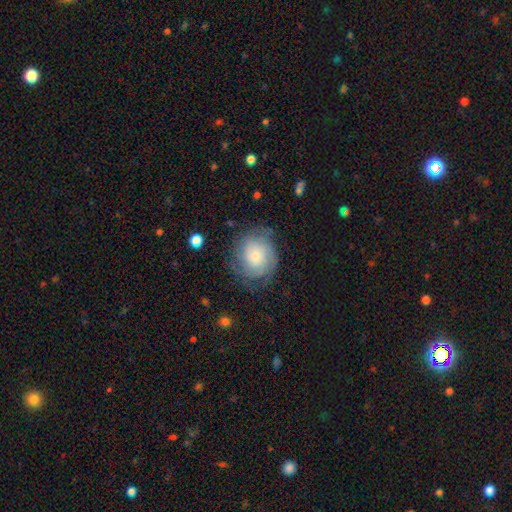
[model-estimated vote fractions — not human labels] Smooth or featured?
  - featured or disk: 50% *
  - smooth: 42%
  - star or artifact: 8%
Edge-on disk?
  - no: 97% *
  - yes: 3%
Merging?
  - none: 69% *
  - minor disturbance: 19%
  - major disturbance: 10%
  - merger: 1%